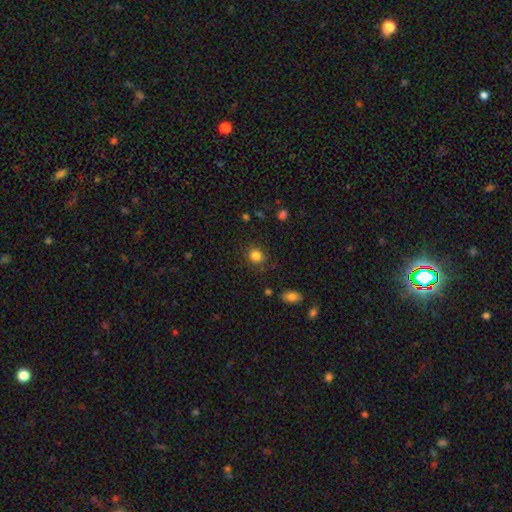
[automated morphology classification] Smooth or featured? smooth (84%)
How rounded? round (78%)
Merging? none (82%)